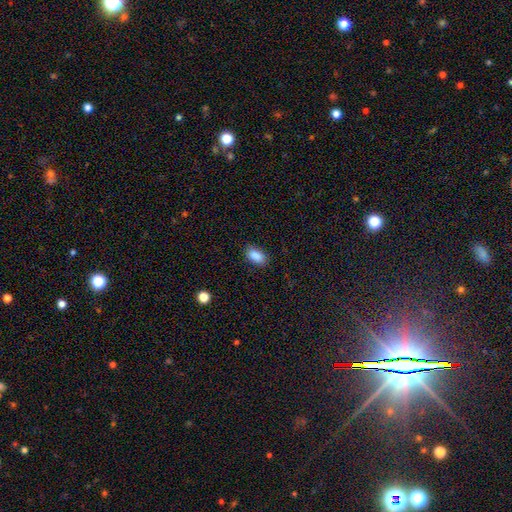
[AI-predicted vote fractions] Morphology: type=smooth (89%); roundness=in between (92%); merging=none (86%).